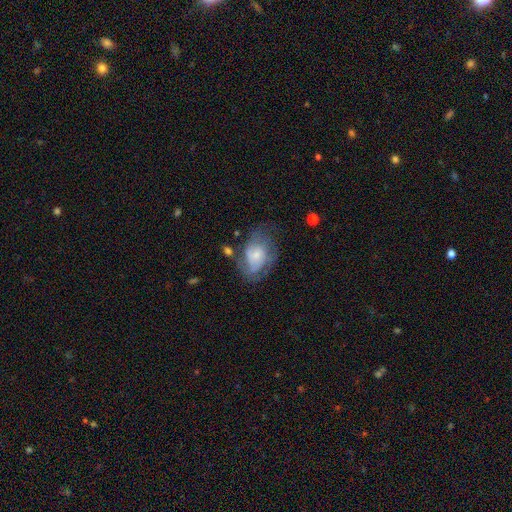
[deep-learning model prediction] smooth_or_featured: featured or disk (p=0.52) [alt: smooth p=0.41]
disk_edge_on: no (p=0.96) [alt: yes p=0.04]
merging: none (p=0.46) [alt: minor disturbance p=0.28]